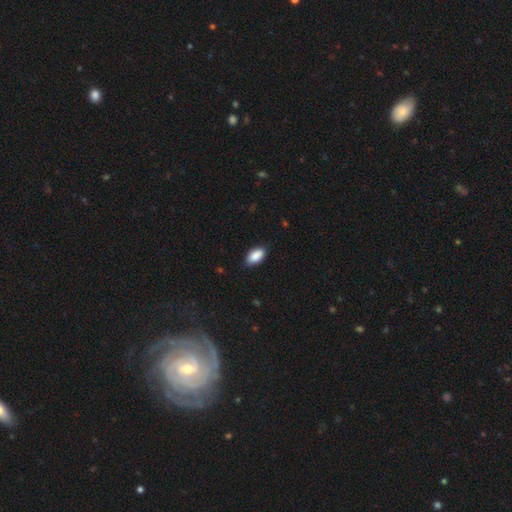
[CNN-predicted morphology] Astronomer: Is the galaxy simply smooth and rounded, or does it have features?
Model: smooth — 89%.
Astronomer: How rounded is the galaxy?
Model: in between — 93%.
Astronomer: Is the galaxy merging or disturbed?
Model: none — 83%.